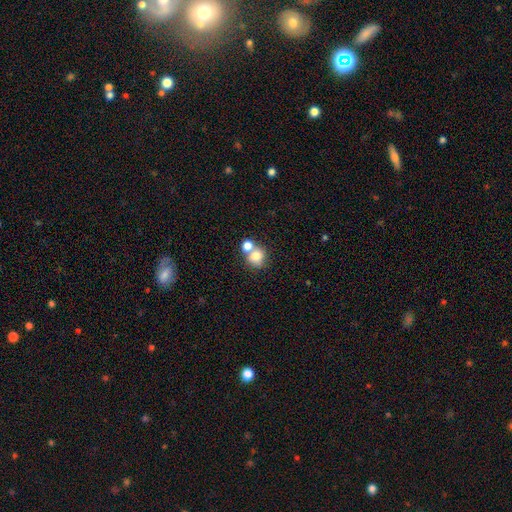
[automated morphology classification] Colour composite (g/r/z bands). It shows a smooth galaxy with no disk features (77%) that is round (74%). Merging: merger (46%).